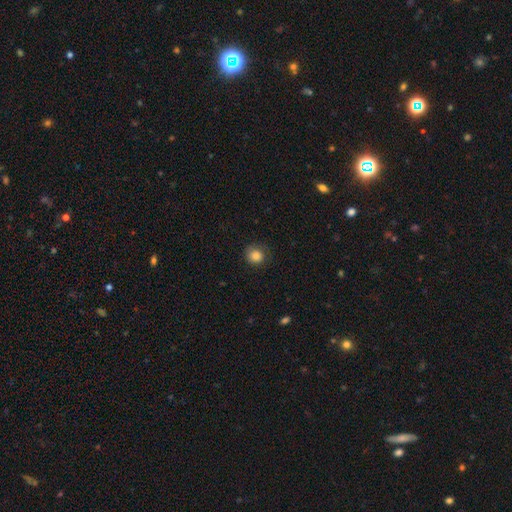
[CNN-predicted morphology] Q: Smooth or featured?
A: smooth (85%); runner-up: star or artifact (10%)
Q: How rounded?
A: round (84%); runner-up: in between (15%)
Q: Merging?
A: none (77%); runner-up: minor disturbance (17%)